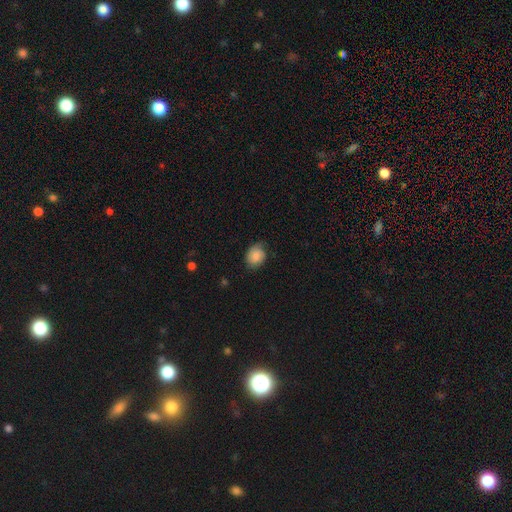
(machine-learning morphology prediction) A smooth galaxy with no disk features (79%) that is round (53%). Merging: none (67%).